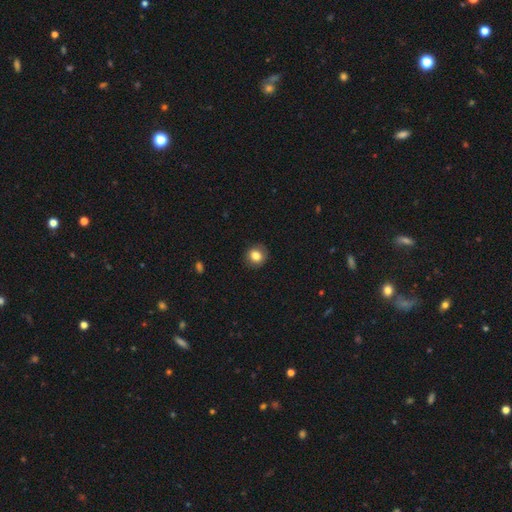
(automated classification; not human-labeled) A smooth galaxy with no disk features (82%) that is round (83%).

Vote fractions:
- Smooth or featured? smooth: 82% / star or artifact: 10% / featured or disk: 8%
- How rounded? round: 83% / in between: 16% / cigar-shaped: 1%
- Merging? none: 87% / minor disturbance: 9% / major disturbance: 3% / merger: 1%